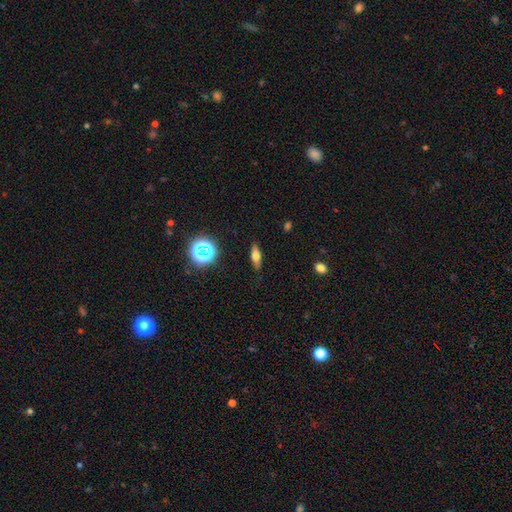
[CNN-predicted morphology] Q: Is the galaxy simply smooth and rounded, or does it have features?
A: smooth — 54%.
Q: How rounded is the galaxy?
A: in between — 48%.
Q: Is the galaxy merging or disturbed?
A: none — 87%.